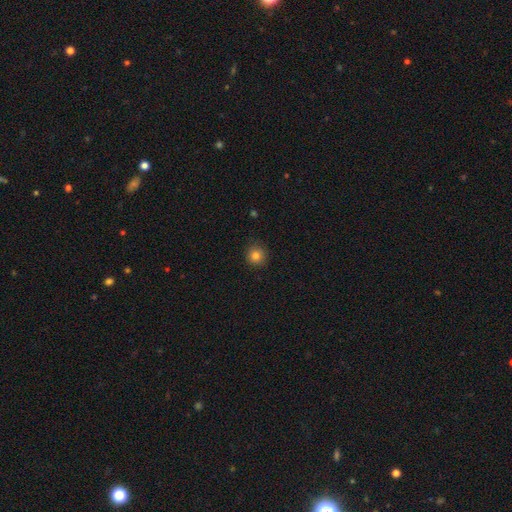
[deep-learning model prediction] This is clearly a smooth galaxy (82%). How rounded: clearly round (93%). Merging: clearly none (88%).